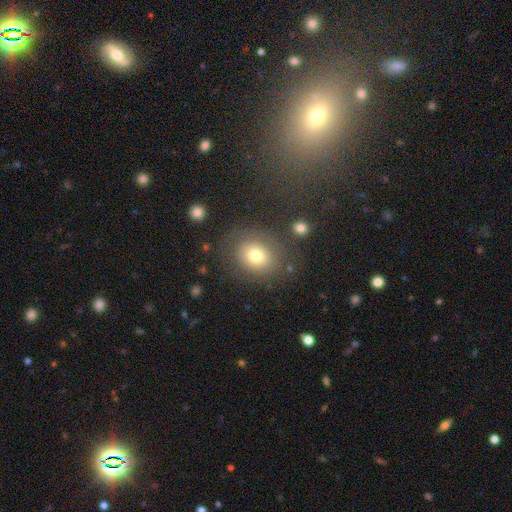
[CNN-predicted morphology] Smooth or featured? smooth (71%)
How rounded? round (62%)
Merging? none (74%)